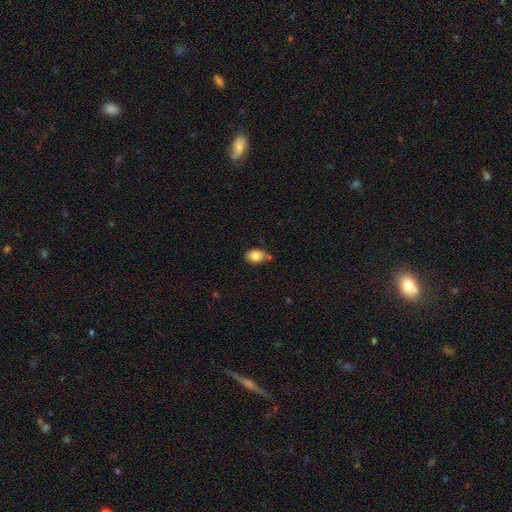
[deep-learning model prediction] Overall: smooth (85%). How rounded: in between (85%). Merging: none (69%).